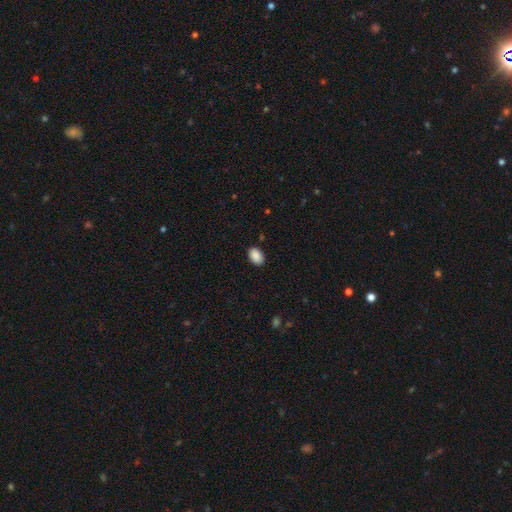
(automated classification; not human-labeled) Overall: smooth (90%). How rounded: in between (86%). Merging: none (88%).